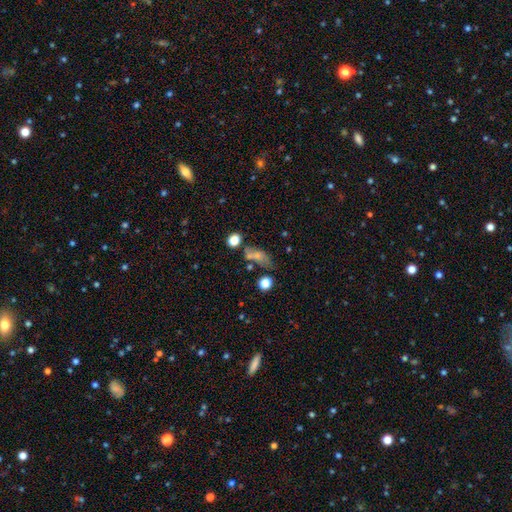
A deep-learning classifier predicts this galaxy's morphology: A smooth galaxy with no disk features (65%) that is in between round and cigar-shaped (75%).

Vote fractions:
- Smooth or featured? smooth: 65% / featured or disk: 21% / star or artifact: 14%
- How rounded? in between: 75% / cigar-shaped: 14% / round: 11%
- Merging? none: 42% / minor disturbance: 25% / merger: 17% / major disturbance: 16%